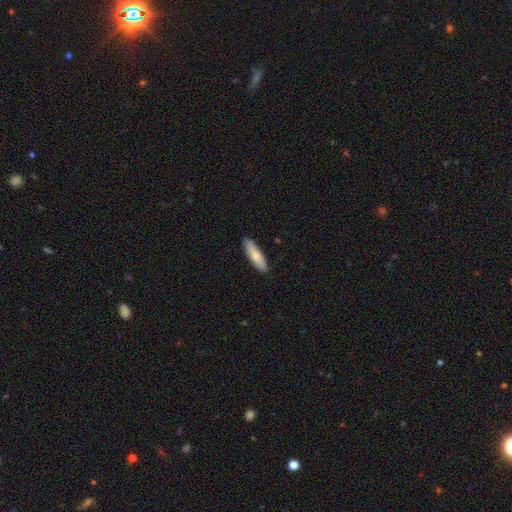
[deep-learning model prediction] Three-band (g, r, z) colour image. It shows a smooth galaxy with no disk features (79%) that is cigar-shaped (66%). Merging: none (89%).